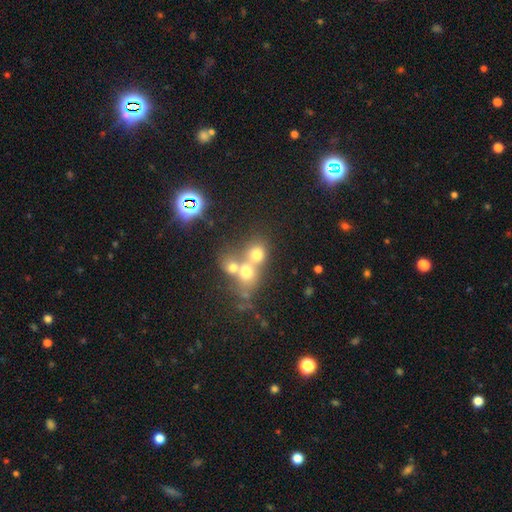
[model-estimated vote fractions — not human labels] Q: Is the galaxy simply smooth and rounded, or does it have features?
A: smooth — 56%.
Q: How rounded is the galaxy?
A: round — 75%.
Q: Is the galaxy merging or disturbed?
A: merger — 58%.